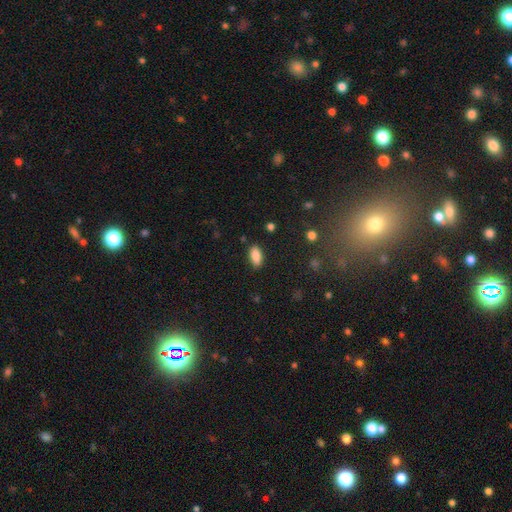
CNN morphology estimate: This appears to be a smooth galaxy with no disk features (86%) that is in between round and cigar-shaped (90%). Merging: none (86%).